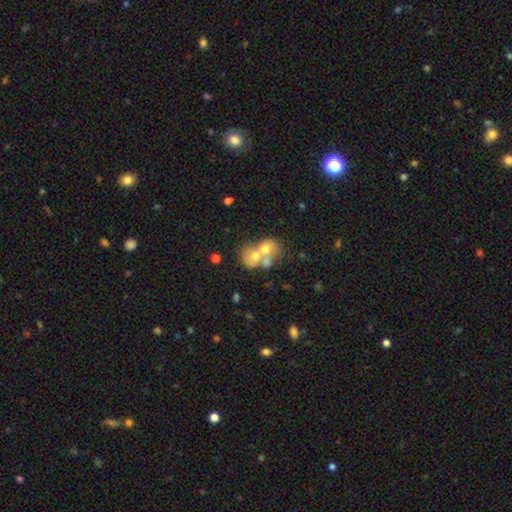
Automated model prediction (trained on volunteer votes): This is possibly a smooth galaxy (55%). How rounded: possibly round (55%). Merging: likely merger (75%).